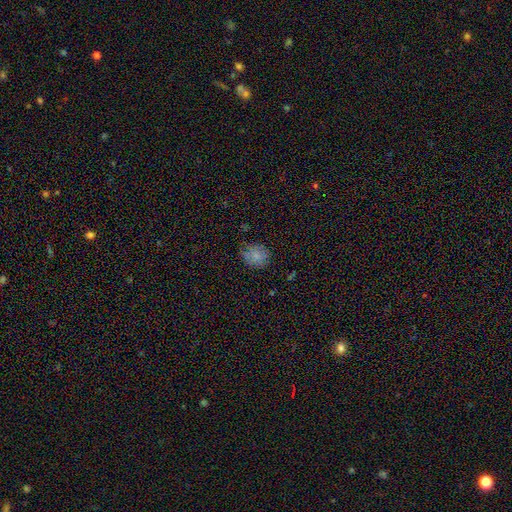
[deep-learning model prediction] A smooth galaxy with no disk features (74%) that is round (61%). Merging: none (72%).